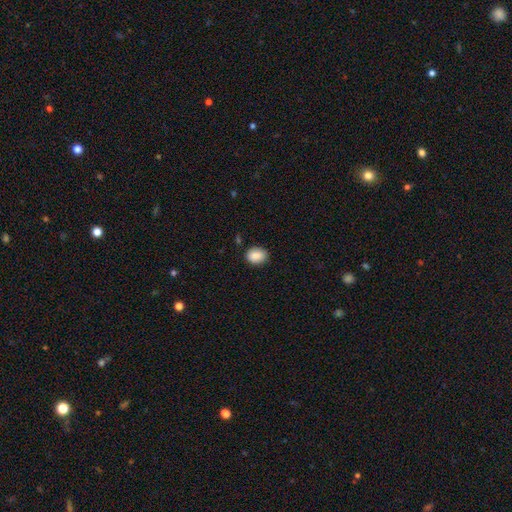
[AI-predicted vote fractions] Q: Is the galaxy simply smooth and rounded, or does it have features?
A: smooth — 87%.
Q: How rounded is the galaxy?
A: in between — 61%.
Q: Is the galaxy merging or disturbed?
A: none — 85%.